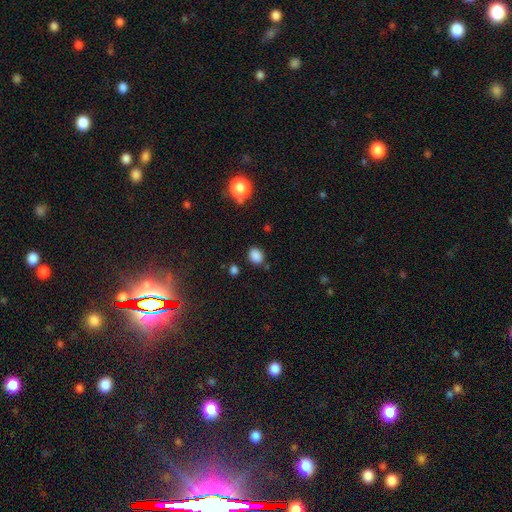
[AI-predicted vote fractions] smooth-or-featured: smooth: 84% | star or artifact: 12% | featured or disk: 4%
  how-rounded: round: 53% | in between: 46% | cigar-shaped: 1%
  merging: none: 82% | minor disturbance: 11% | merger: 4% | major disturbance: 3%